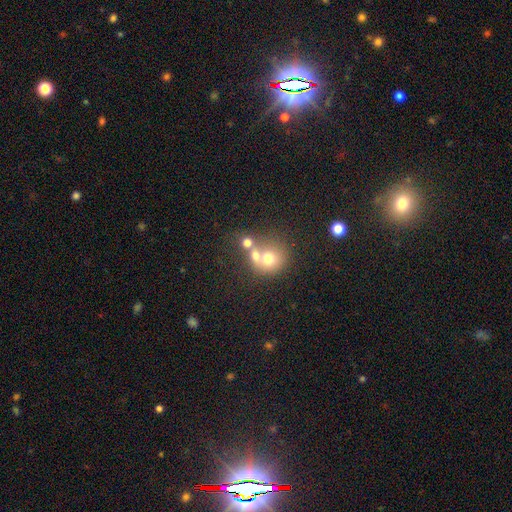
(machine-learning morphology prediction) Q: Smooth or featured?
A: smooth (65%); runner-up: featured or disk (21%)
Q: How rounded?
A: round (81%); runner-up: in between (18%)
Q: Merging?
A: merger (56%); runner-up: none (33%)